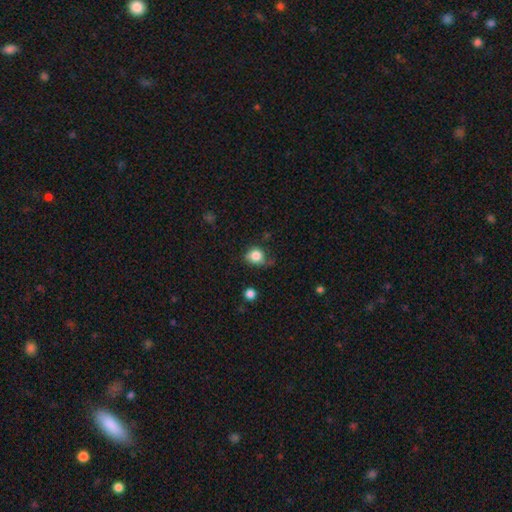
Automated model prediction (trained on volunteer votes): Smooth or featured? Predicted: smooth (p=0.82). How rounded? Predicted: round (p=0.76). Merging? Predicted: none (p=0.54).